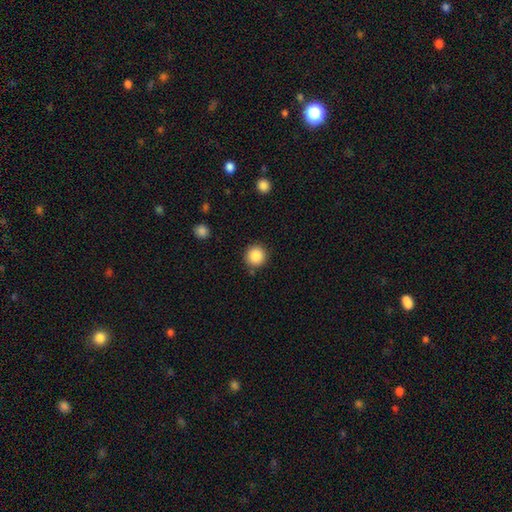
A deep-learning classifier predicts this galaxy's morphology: A smooth galaxy with no disk features (88%) that is round (95%). Merging: none (87%).